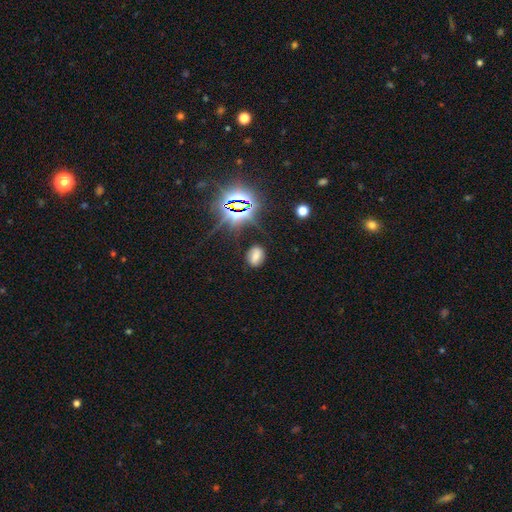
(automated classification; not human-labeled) This appears to be a smooth galaxy with no disk features (55%) that is in between round and cigar-shaped (72%). Merging: none (79%).